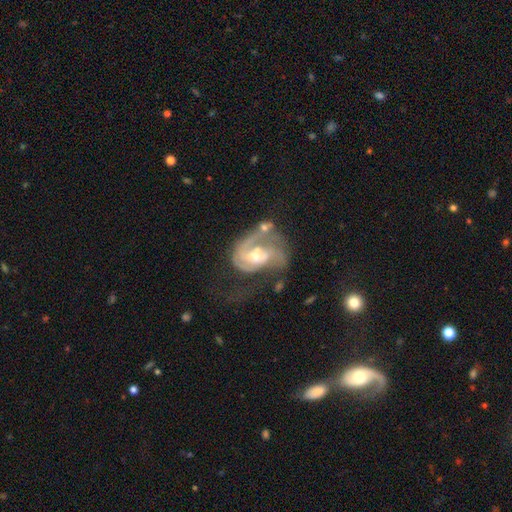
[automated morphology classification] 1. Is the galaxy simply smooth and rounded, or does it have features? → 81% featured or disk, 13% smooth, 7% star or artifact.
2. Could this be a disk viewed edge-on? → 98% no, 2% yes.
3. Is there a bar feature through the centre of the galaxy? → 58% no, 34% weak, 7% strong.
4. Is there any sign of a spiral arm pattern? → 86% yes, 14% no.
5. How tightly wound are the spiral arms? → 42% medium, 34% tight, 23% loose.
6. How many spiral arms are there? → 38% 2, 27% 1, 21% can't tell, 9% 3, 2% 4, 2% more than 4.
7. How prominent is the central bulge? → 59% moderate, 29% small, 7% large, 4% none, 1% dominant.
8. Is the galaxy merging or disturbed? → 37% major disturbance, 25% none, 22% merger, 16% minor disturbance.